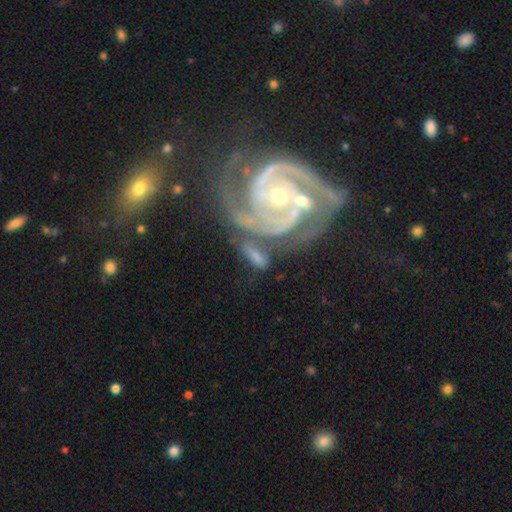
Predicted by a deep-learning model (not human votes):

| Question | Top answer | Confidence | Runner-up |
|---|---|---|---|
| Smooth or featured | featured or disk | 55% | smooth (37%) |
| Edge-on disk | no | 90% | yes (10%) |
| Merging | none | 40% | merger (26%) |